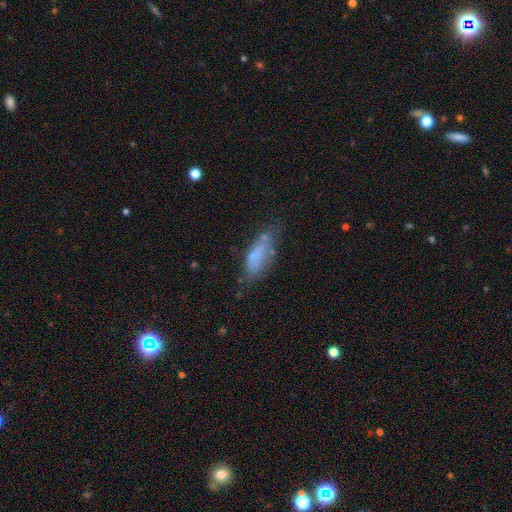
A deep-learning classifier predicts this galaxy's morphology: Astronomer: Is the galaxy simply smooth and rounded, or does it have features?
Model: smooth — 61%.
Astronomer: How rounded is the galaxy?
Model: in between — 63%.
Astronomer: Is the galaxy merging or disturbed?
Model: none — 53%.